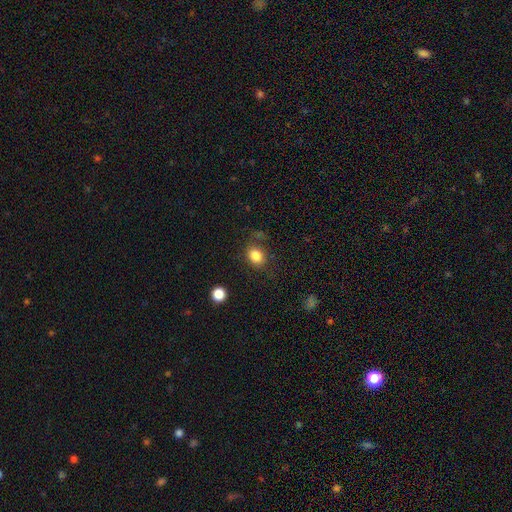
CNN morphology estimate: This appears to be a smooth galaxy with no disk features (84%) that is in between round and cigar-shaped (50%). Merging: none (74%).